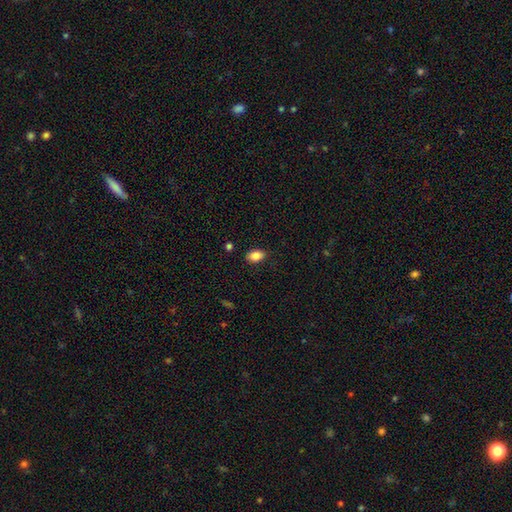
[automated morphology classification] smooth-or-featured: smooth: 86% | star or artifact: 8% | featured or disk: 5%
  how-rounded: in between: 88% | round: 11% | cigar-shaped: 2%
  merging: none: 86% | minor disturbance: 10% | major disturbance: 2% | merger: 1%